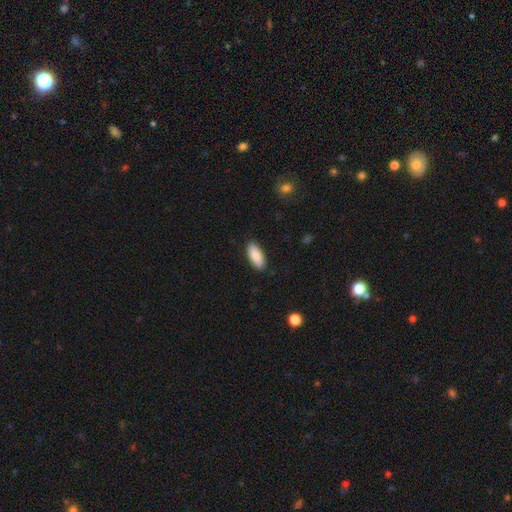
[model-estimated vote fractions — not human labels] A smooth galaxy with no disk features (86%) that is in between round and cigar-shaped (83%). Merging: none (89%).